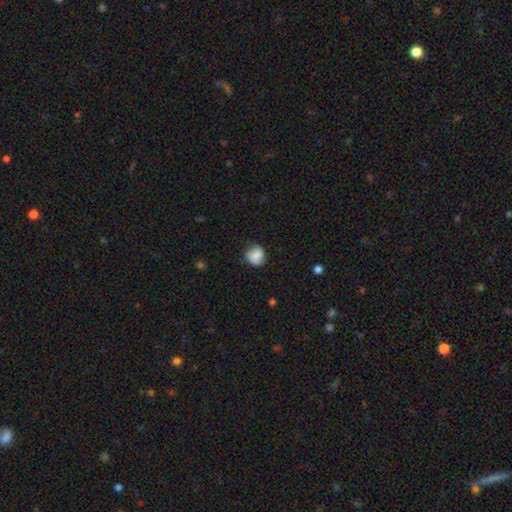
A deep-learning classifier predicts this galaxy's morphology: Smooth or featured?
  - smooth: 74% *
  - featured or disk: 17%
  - star or artifact: 8%
How rounded?
  - round: 76% *
  - in between: 23%
  - cigar-shaped: 1%
Merging?
  - none: 67% *
  - minor disturbance: 25%
  - major disturbance: 7%
  - merger: 2%